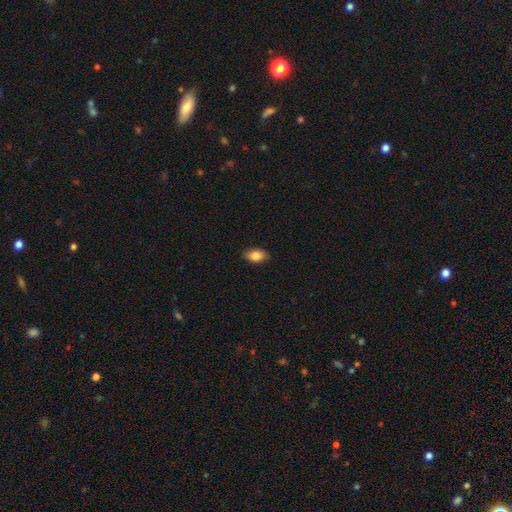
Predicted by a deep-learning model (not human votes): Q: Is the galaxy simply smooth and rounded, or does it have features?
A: smooth — 86%.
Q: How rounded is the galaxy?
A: in between — 88%.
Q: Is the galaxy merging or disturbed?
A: none — 84%.